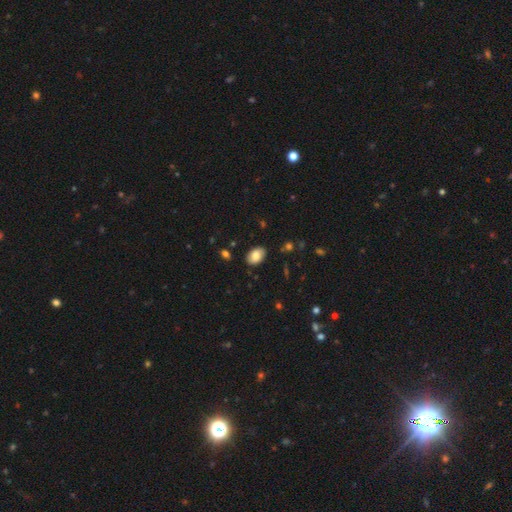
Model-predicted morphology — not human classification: This appears to be a smooth galaxy with no disk features (82%) that is in between round and cigar-shaped (89%). Merging: none (85%).